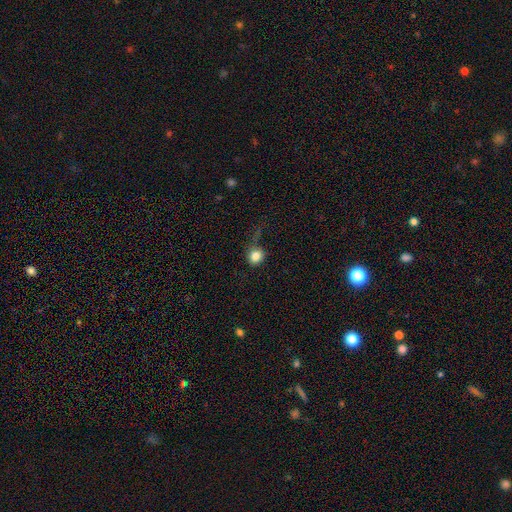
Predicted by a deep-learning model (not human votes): A smooth galaxy with no disk features (82%) that is round (80%). Merging: none (52%).